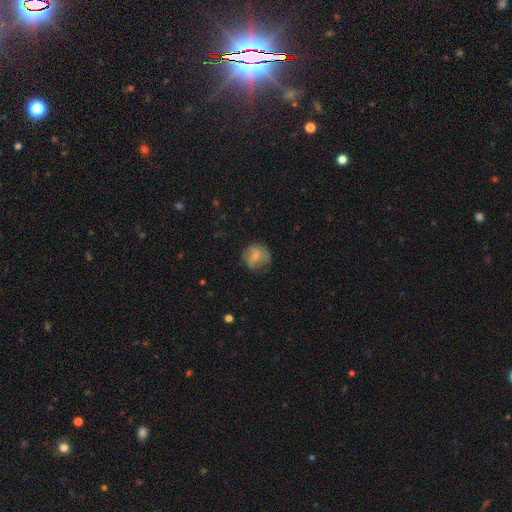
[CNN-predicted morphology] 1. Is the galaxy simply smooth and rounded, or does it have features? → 64% smooth, 27% featured or disk, 9% star or artifact.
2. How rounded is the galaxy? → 80% round, 19% in between, 1% cigar-shaped.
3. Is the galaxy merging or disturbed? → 61% none, 26% minor disturbance, 12% major disturbance, 1% merger.